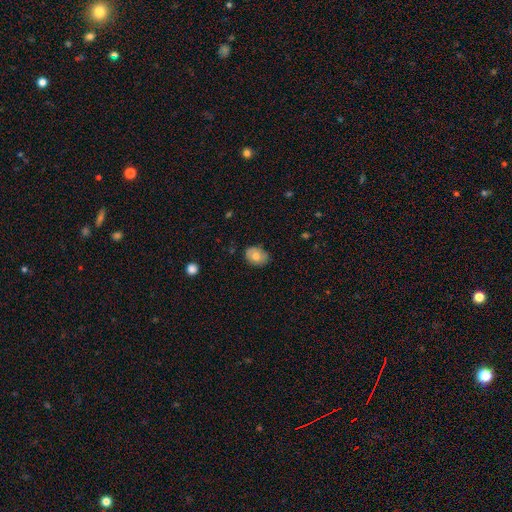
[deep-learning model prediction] The model was most divided on "how rounded": in between: 68%, round: 31%, cigar-shaped: 1%. More confident: merging — none (77%); smooth or featured — smooth (75%).